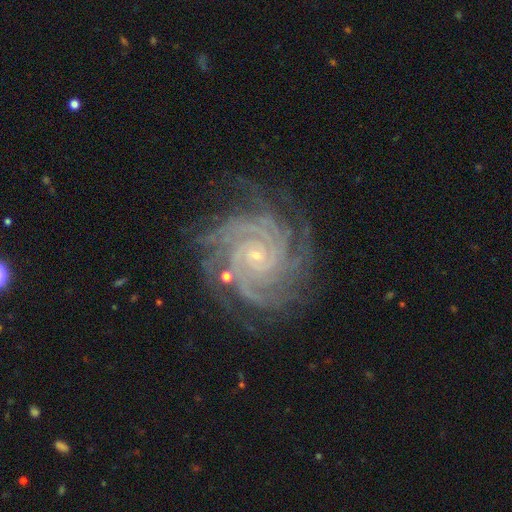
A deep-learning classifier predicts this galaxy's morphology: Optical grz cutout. It shows a featured or disk galaxy (92%) with no bar (71%), 4 (35%) tight (82%) spiral arms (99%) and a small central bulge (87%). Merging: none (75%).